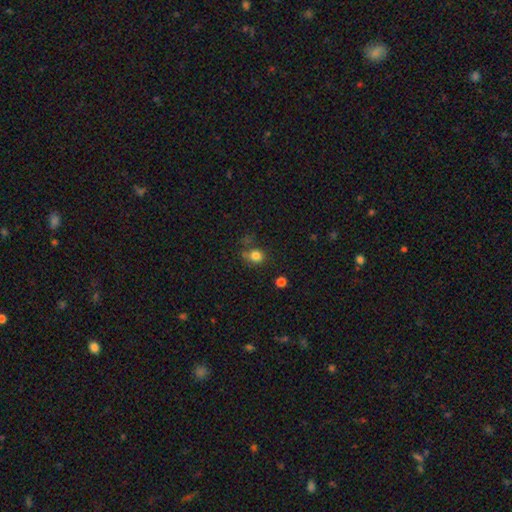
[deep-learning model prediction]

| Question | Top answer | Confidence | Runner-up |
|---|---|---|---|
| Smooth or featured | smooth | 81% | star or artifact (13%) |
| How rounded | round | 77% | in between (22%) |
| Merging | none | 66% | minor disturbance (17%) |